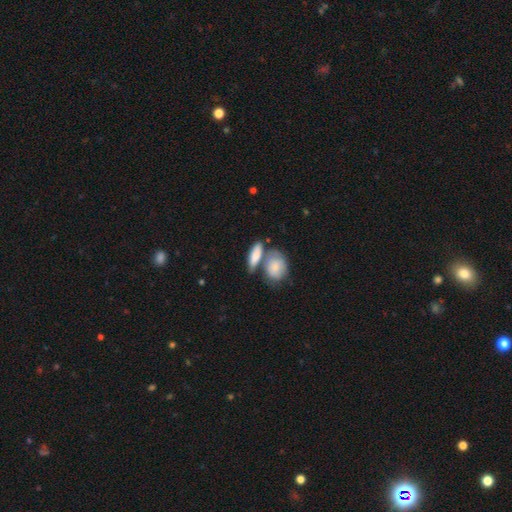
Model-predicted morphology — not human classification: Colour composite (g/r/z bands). It shows a smooth galaxy with no disk features (79%) that is in between round and cigar-shaped (73%). Merging: none (41%).